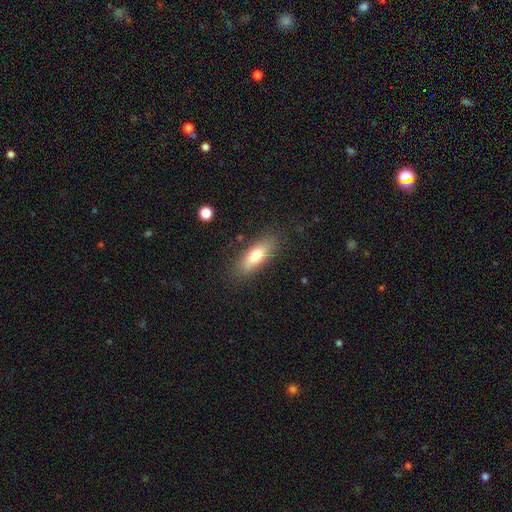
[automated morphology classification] smooth_or_featured: smooth (p=0.73) [alt: featured or disk p=0.20]
how_rounded: in between (p=0.65) [alt: cigar-shaped p=0.32]
merging: none (p=0.83) [alt: minor disturbance p=0.12]